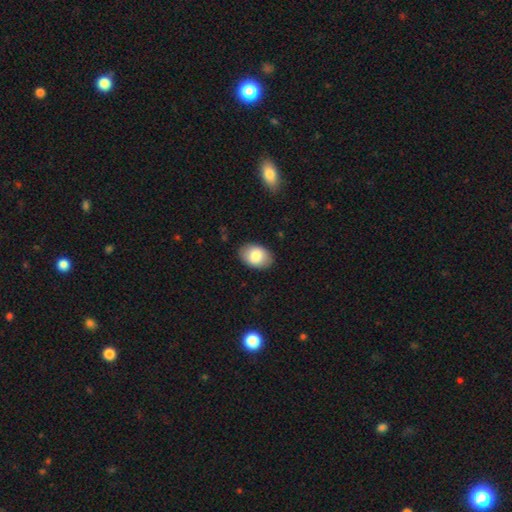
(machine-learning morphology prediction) This is clearly a smooth galaxy (83%). How rounded: clearly in between (86%). Merging: clearly none (87%).